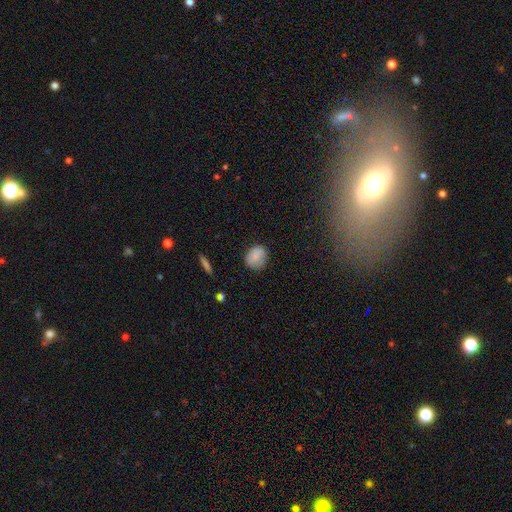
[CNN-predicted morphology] Smooth or featured: smooth — 83% (star or artifact — 9%)
How rounded: round — 65% (in between — 34%)
Merging: none — 74% (minor disturbance — 21%)